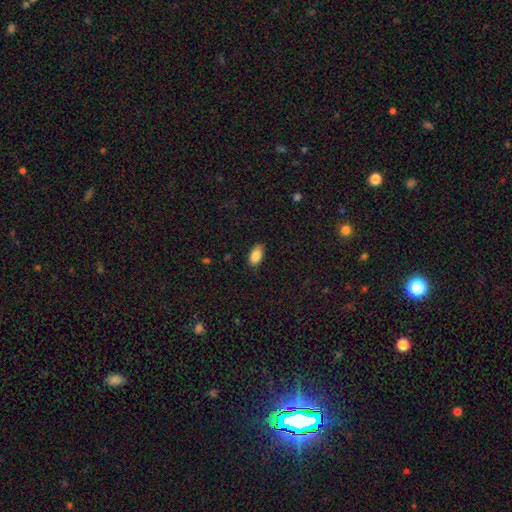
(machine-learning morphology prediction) A smooth galaxy with no disk features (86%) that is in between round and cigar-shaped (93%). Merging: none (86%).